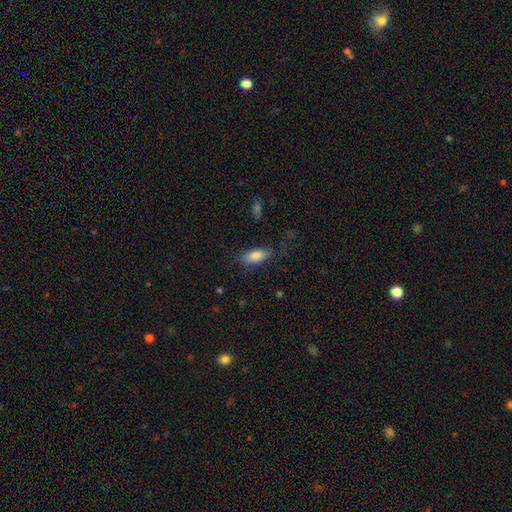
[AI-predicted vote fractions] A smooth galaxy with no disk features (82%) that is in between round and cigar-shaped (85%). Merging: none (69%).